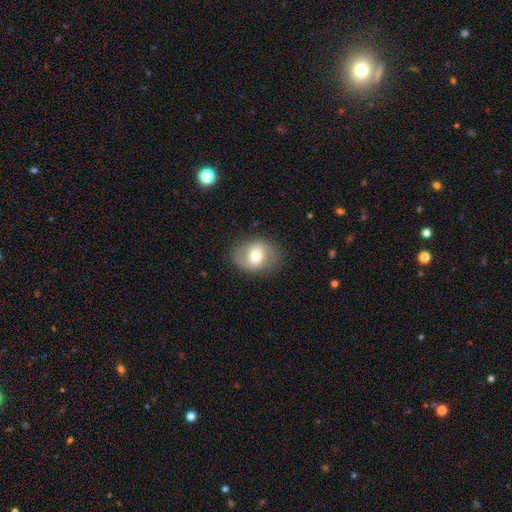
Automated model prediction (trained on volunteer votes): smooth-or-featured: smooth: 48% | featured or disk: 44% | star or artifact: 8%
  merging: none: 80% | minor disturbance: 13% | major disturbance: 6% | merger: 1%